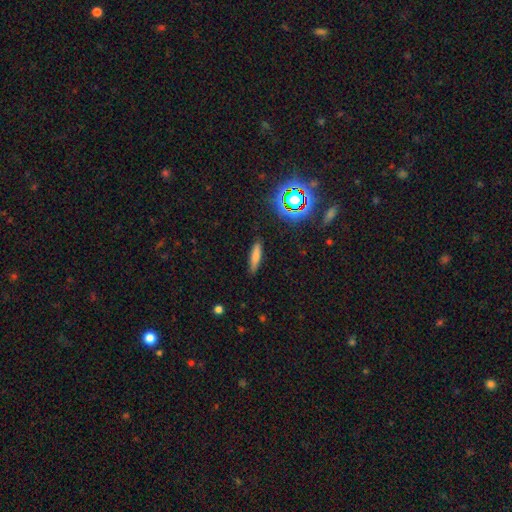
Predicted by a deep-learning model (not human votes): This is likely a smooth galaxy (73%). How rounded: likely cigar-shaped (77%). Merging: clearly none (87%).